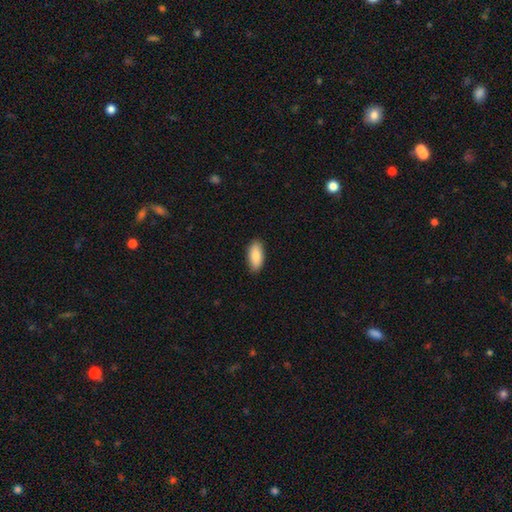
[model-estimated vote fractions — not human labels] Morphology: type=smooth (86%); roundness=in between (89%); merging=none (89%).